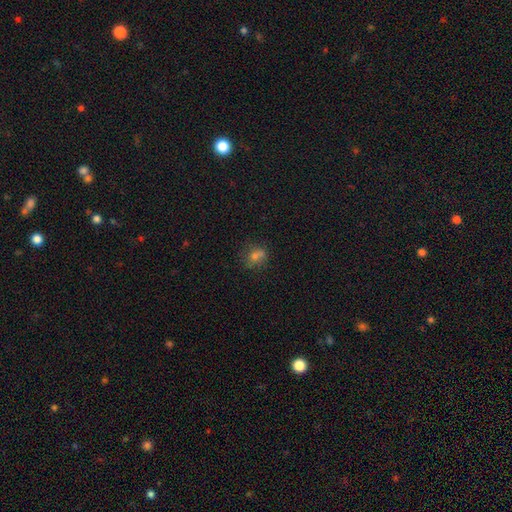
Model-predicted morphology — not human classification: Overall: smooth (60%; star or artifact 23%). How rounded: round (65%; in between 33%). Merging: none (60%).